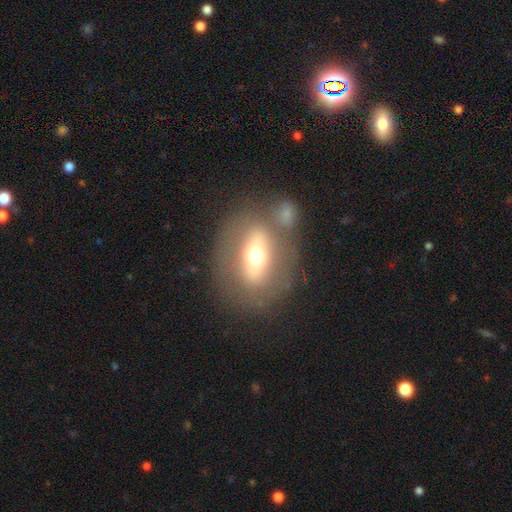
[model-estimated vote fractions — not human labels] A featured or disk galaxy (53%).

Vote fractions:
- Smooth or featured? featured or disk: 53% / smooth: 39% / star or artifact: 8%
- Edge-on disk? no: 80% / yes: 20%
- Merging? none: 60% / merger: 20% / minor disturbance: 13% / major disturbance: 7%